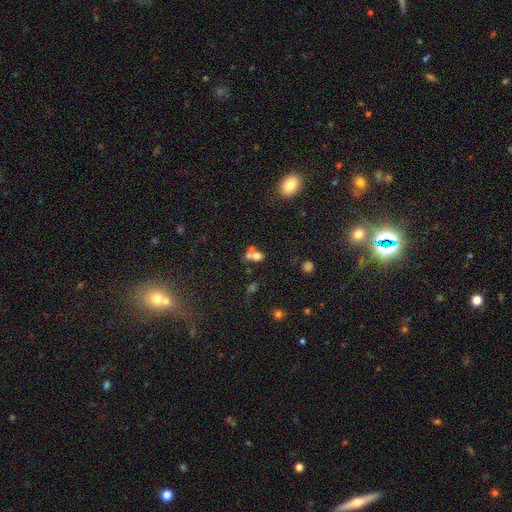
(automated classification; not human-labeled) The model was most divided on "how rounded": round: 51%, in between: 48%, cigar-shaped: 2%. More confident: smooth or featured — smooth (67%); merging — merger (55%).